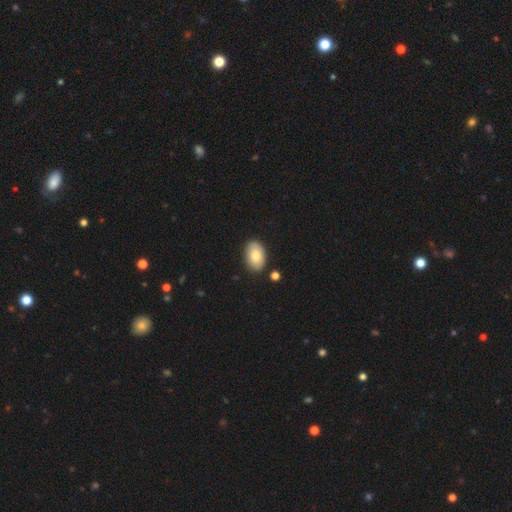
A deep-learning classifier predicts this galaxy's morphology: Smooth or featured: smooth — 81% (featured or disk — 13%)
How rounded: in between — 90% (round — 9%)
Merging: none — 85% (minor disturbance — 10%)